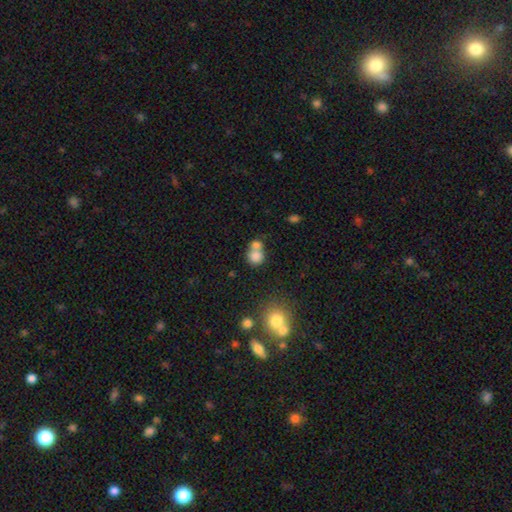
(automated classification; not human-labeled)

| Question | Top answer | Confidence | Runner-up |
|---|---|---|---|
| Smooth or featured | smooth | 79% | star or artifact (11%) |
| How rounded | round | 80% | in between (19%) |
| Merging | merger | 50% | none (37%) |